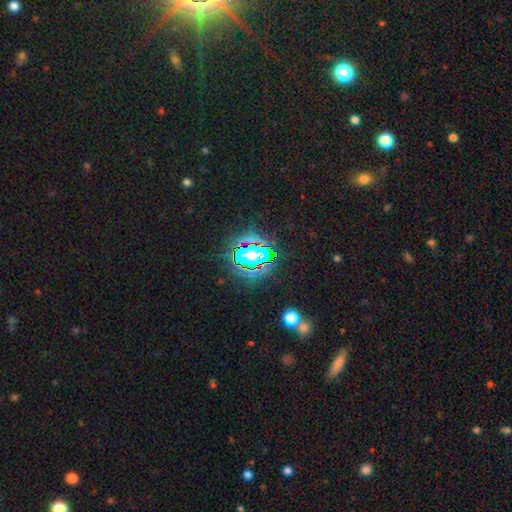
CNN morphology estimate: Smooth or featured? star or artifact (80%)